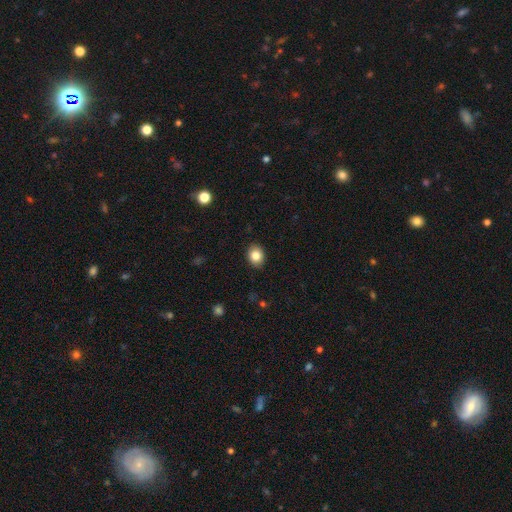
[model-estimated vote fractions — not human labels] A smooth galaxy with no disk features (84%) that is in between round and cigar-shaped (50%).

Vote fractions:
- Smooth or featured? smooth: 84% / star or artifact: 9% / featured or disk: 7%
- How rounded? in between: 50% / round: 49% / cigar-shaped: 1%
- Merging? none: 89% / minor disturbance: 8% / major disturbance: 2% / merger: 1%